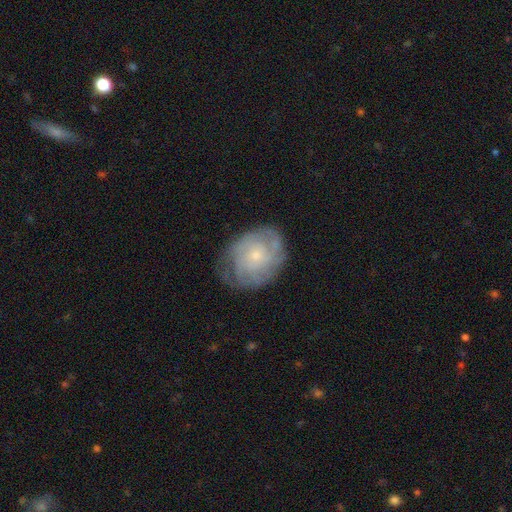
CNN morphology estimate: This appears to be a featured or disk galaxy (65%) with no bar (81%), tight (61%) spiral arms (83%) and a small central bulge (66%). Merging: none (67%).